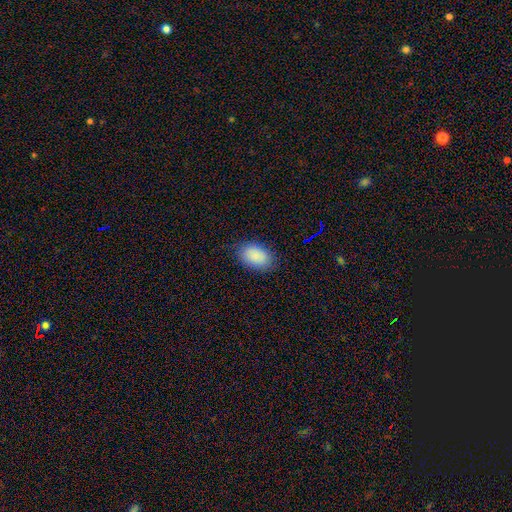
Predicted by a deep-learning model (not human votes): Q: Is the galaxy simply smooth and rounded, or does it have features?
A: smooth — 89%.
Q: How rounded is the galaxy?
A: in between — 91%.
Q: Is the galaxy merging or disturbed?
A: none — 83%.